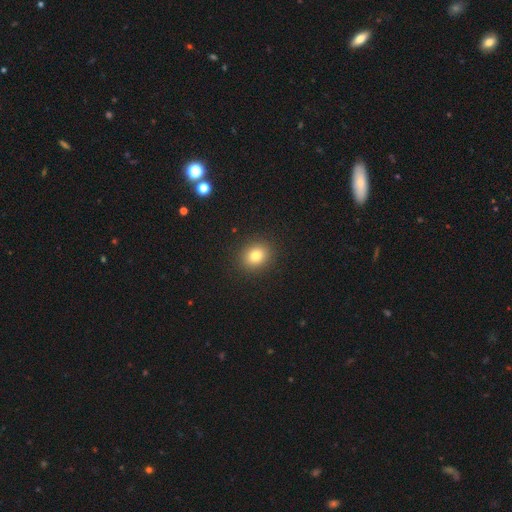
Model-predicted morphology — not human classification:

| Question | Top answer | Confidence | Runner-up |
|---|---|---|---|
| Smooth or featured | smooth | 79% | star or artifact (12%) |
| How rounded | round | 69% | in between (30%) |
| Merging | none | 91% | minor disturbance (6%) |